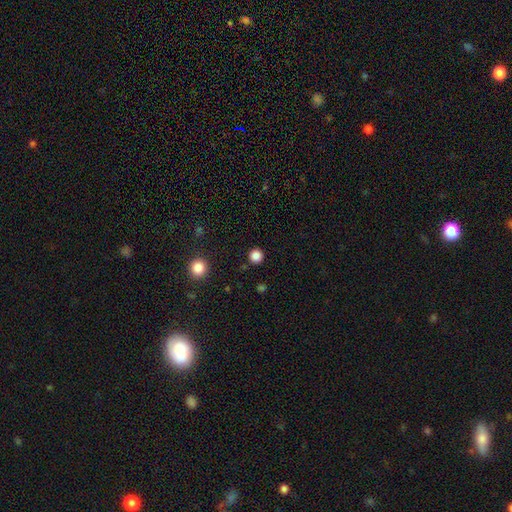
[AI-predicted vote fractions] Smooth or featured? smooth (84%)
How rounded? round (95%)
Merging? none (91%)